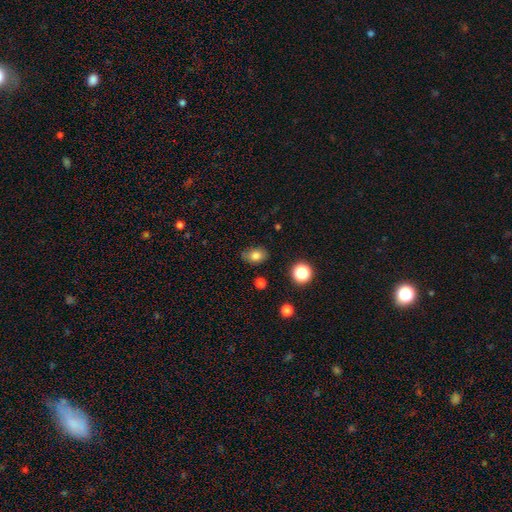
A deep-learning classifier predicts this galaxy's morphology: The model was most divided on "how rounded": in between: 70%, round: 29%, cigar-shaped: 1%. More confident: smooth or featured — smooth (80%); merging — none (76%).